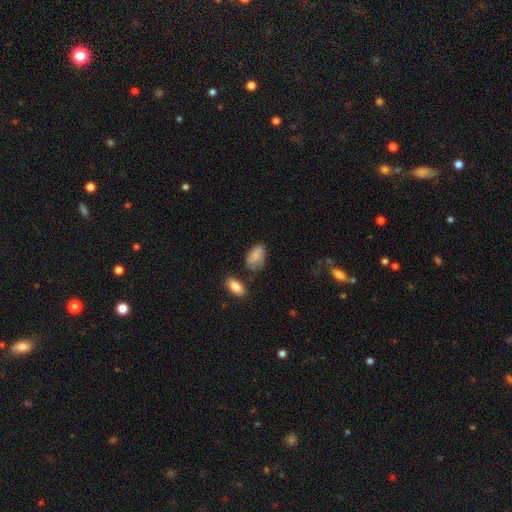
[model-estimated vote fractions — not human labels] smooth_or_featured: smooth (p=0.81) [alt: featured or disk p=0.12]
how_rounded: in between (p=0.91) [alt: round p=0.07]
merging: none (p=0.53) [alt: minor disturbance p=0.31]